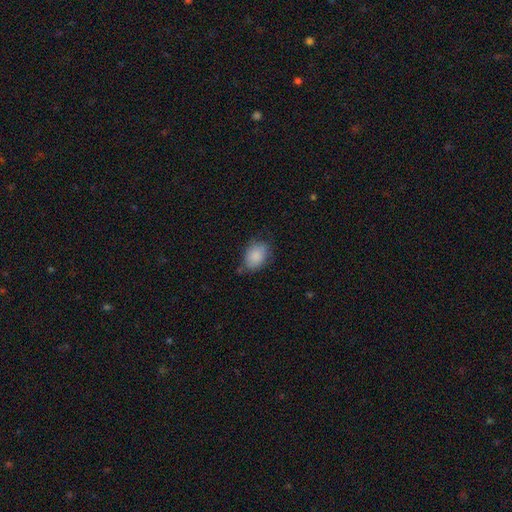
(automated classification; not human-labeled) Morphology: type=smooth (87%); roundness=in between (73%); merging=none (61%).